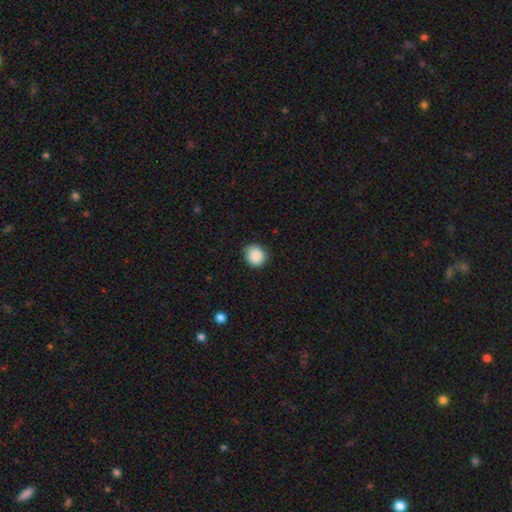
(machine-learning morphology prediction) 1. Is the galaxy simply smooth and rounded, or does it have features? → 88% smooth, 8% star or artifact, 4% featured or disk.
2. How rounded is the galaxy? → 82% round, 17% in between, 1% cigar-shaped.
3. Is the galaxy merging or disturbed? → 87% none, 10% minor disturbance, 2% major disturbance, 1% merger.